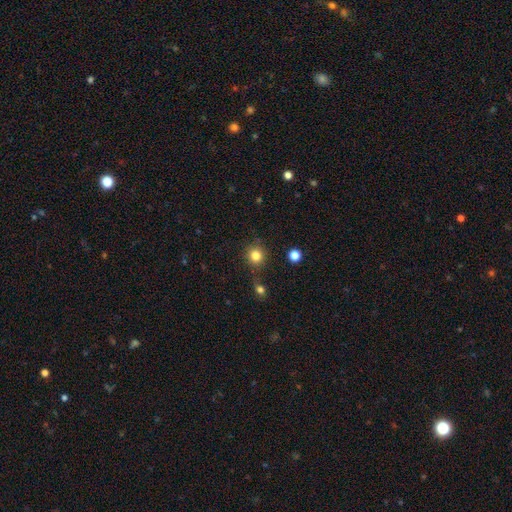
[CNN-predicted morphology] Overall: smooth (82%). How rounded: round (92%). Merging: none (79%).